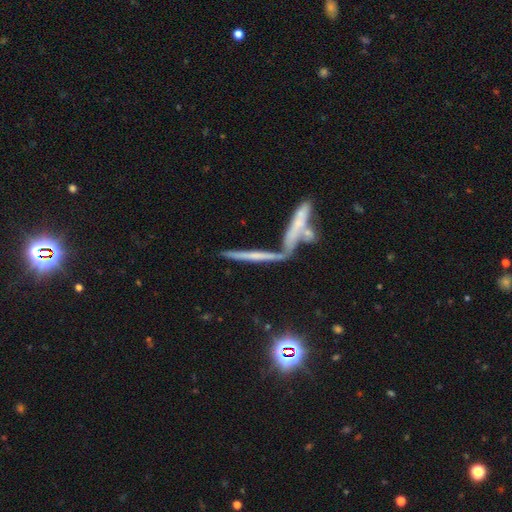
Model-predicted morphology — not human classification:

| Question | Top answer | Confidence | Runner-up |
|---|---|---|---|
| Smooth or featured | featured or disk | 52% | smooth (34%) |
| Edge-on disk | yes | 87% | no (13%) |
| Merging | none | 47% | merger (36%) |